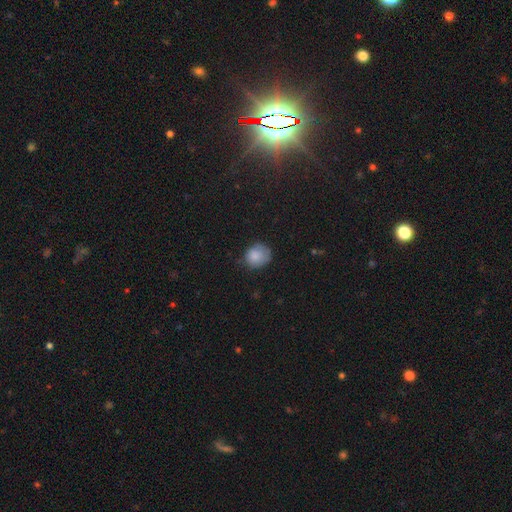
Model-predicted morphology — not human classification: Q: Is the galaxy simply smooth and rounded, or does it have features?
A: smooth — 84%.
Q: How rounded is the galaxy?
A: round — 71%.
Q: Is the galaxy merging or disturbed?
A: none — 61%.